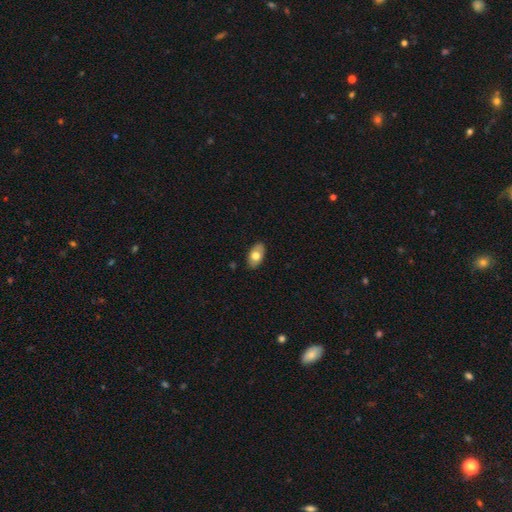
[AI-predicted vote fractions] Smooth or featured? Predicted: smooth (p=0.71). How rounded? Predicted: in between (p=0.93). Merging? Predicted: none (p=0.86).